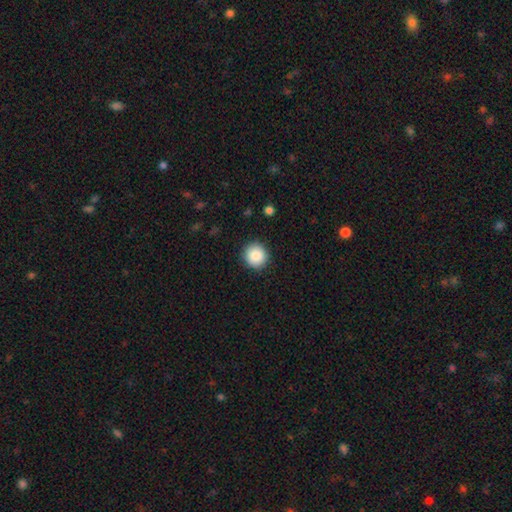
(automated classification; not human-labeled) Overall: smooth (86%). How rounded: round (93%). Merging: none (91%).